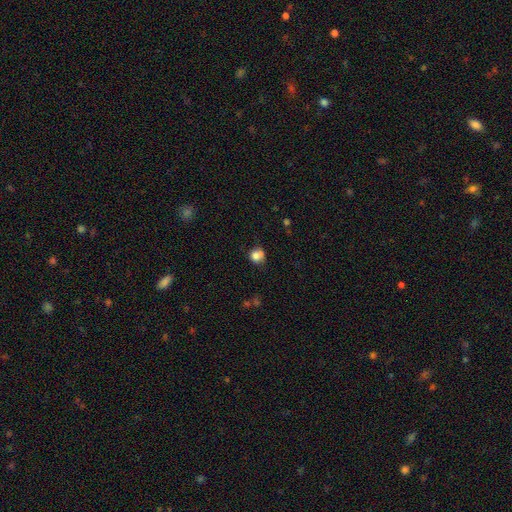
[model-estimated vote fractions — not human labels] smooth 79%, star or artifact 11%, featured or disk 10%. Down the decision tree: how rounded — round (82%); merging — none (54%).